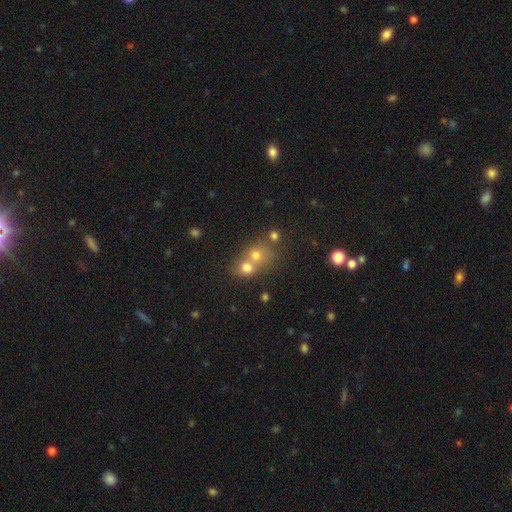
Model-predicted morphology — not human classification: A smooth galaxy with no disk features (60%) that is round (78%).

Vote fractions:
- Smooth or featured? smooth: 60% / star or artifact: 24% / featured or disk: 16%
- How rounded? round: 78% / in between: 20% / cigar-shaped: 1%
- Merging? merger: 51% / none: 40% / minor disturbance: 6% / major disturbance: 3%